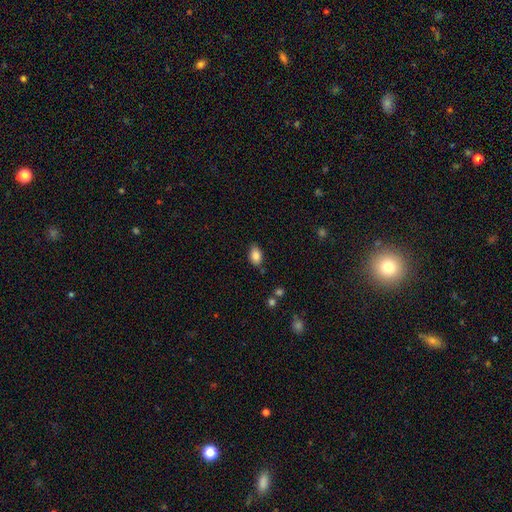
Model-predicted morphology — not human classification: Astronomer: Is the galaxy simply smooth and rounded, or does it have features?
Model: smooth — 85%.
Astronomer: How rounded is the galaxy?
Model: in between — 86%.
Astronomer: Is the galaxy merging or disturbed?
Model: none — 76%.